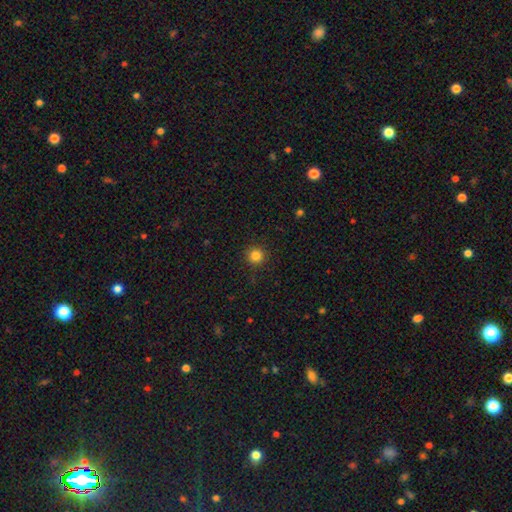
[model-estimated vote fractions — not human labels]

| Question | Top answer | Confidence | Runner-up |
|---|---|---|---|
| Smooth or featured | smooth | 83% | star or artifact (12%) |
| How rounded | round | 95% | in between (4%) |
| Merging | none | 92% | minor disturbance (5%) |